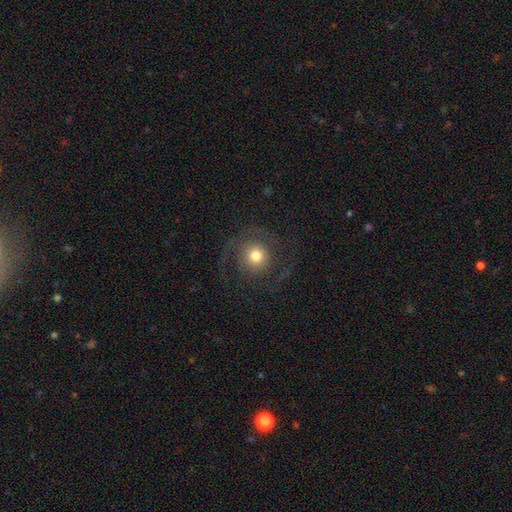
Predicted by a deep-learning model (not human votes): Morphology: type=featured or disk (55%); edge-on=no (97%); bar=no (82%); spiral arms=yes (83%); bulge=moderate (61%); merging=none (68%).